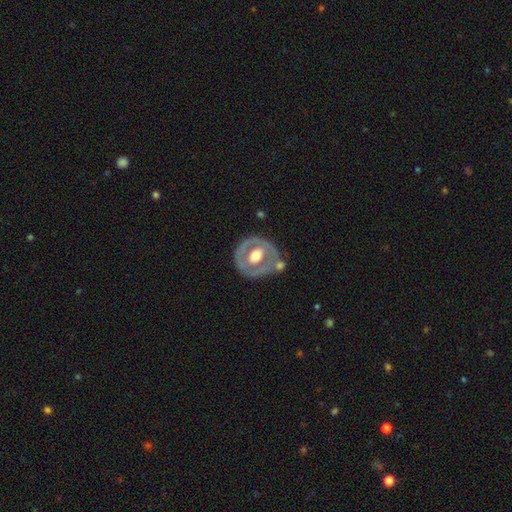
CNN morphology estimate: This is likely a featured or disk galaxy (64%). It is clearly not viewed edge-on (94%). Bar: likely no (67%). Spiral arm pattern: likely no (79%). Central bulge: possibly moderate (59%). Merging: possibly none (58%).